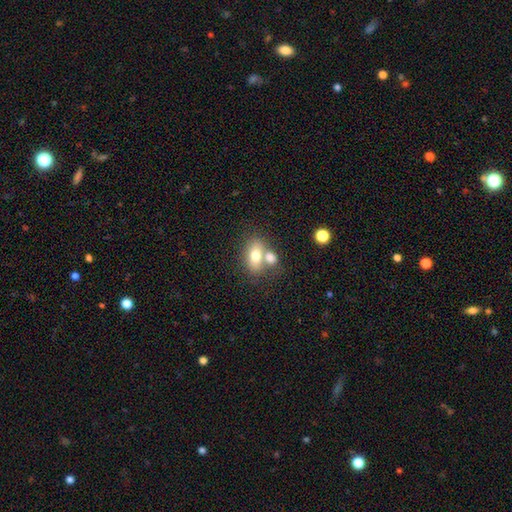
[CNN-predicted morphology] This is likely a smooth galaxy (71%). How rounded: clearly in between (82%). Merging: marginally none (43%).